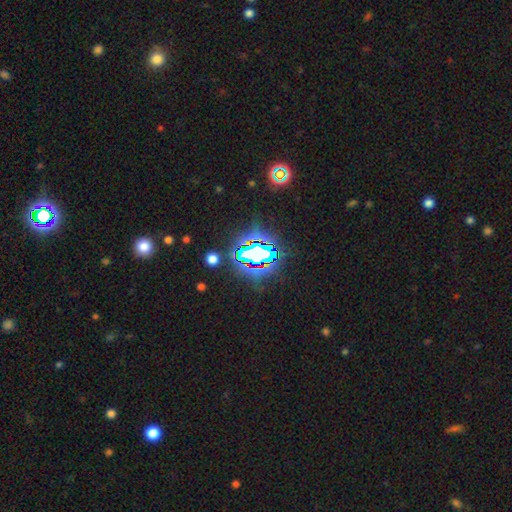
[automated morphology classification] Smooth or featured: star or artifact — 71% (smooth — 16%)